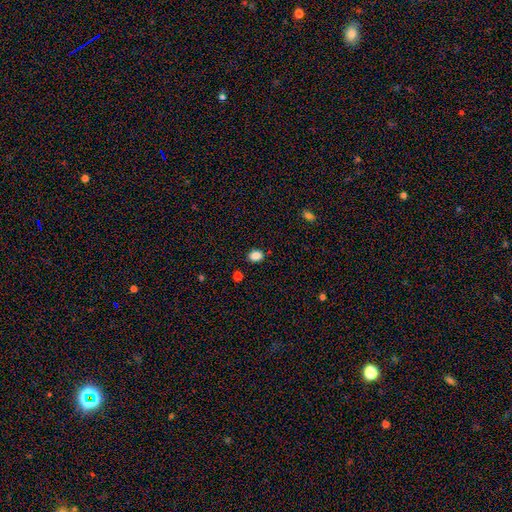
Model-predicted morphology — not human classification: This is clearly a smooth galaxy (86%). How rounded: likely in between (62%). Merging: clearly none (85%).